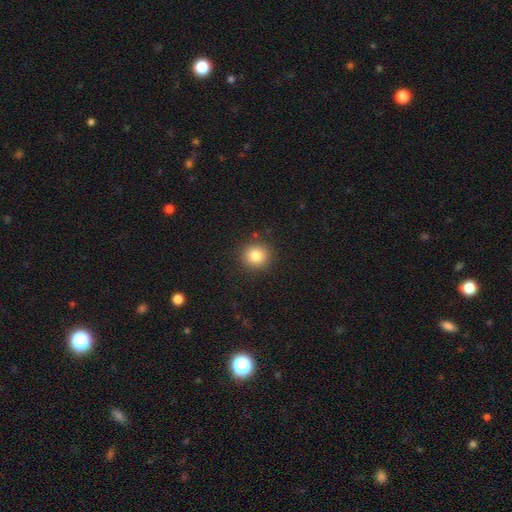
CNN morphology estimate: A smooth galaxy with no disk features (82%) that is round (90%).

Vote fractions:
- Smooth or featured? smooth: 82% / star or artifact: 11% / featured or disk: 7%
- How rounded? round: 90% / in between: 9% / cigar-shaped: 1%
- Merging? none: 90% / minor disturbance: 7% / major disturbance: 2% / merger: 1%